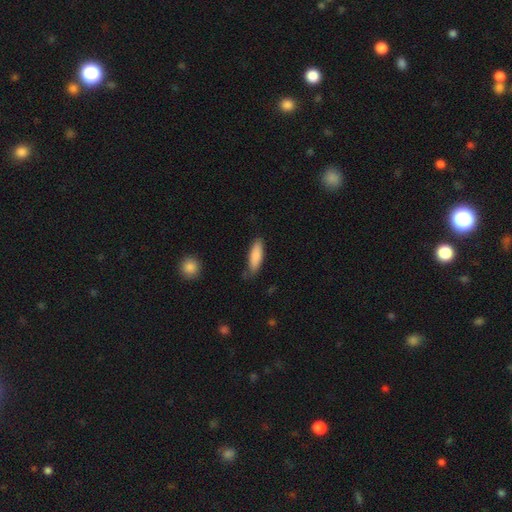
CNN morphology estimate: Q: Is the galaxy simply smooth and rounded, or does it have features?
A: smooth — 86%.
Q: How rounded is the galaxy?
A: cigar-shaped — 50%.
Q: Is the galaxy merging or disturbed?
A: none — 70%.